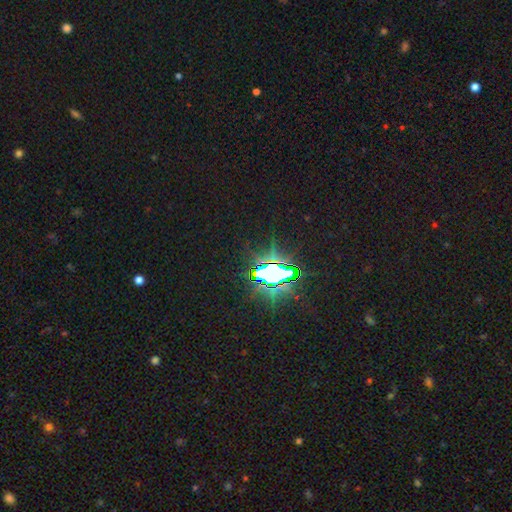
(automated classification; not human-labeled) smooth_or_featured: star or artifact (p=0.81) [alt: smooth p=0.11]